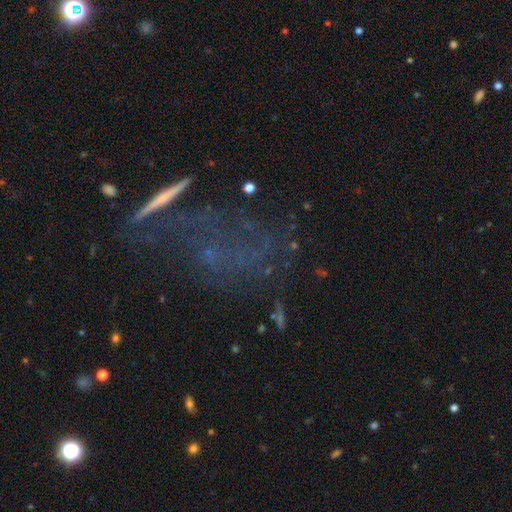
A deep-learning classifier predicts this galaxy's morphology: A featured or disk galaxy (47%).

Vote fractions:
- Smooth or featured? featured or disk: 47% / star or artifact: 28% / smooth: 25%
- Merging? none: 45% / major disturbance: 28% / minor disturbance: 16% / merger: 11%